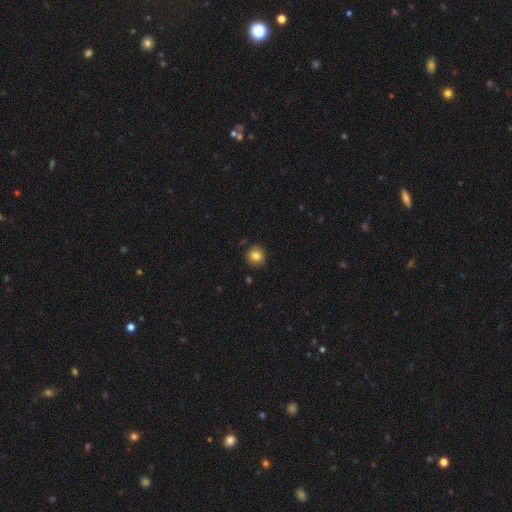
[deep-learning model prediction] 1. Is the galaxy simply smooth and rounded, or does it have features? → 82% smooth, 10% star or artifact, 7% featured or disk.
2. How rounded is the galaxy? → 89% round, 10% in between, 1% cigar-shaped.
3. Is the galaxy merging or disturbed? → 87% none, 9% minor disturbance, 2% major disturbance, 2% merger.